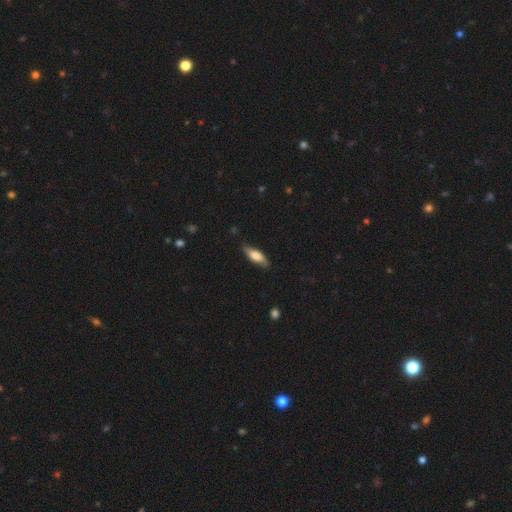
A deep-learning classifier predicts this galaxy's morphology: The model was most divided on "how rounded": in between: 59%, cigar-shaped: 38%, round: 2%. More confident: merging — none (78%); smooth or featured — smooth (68%).